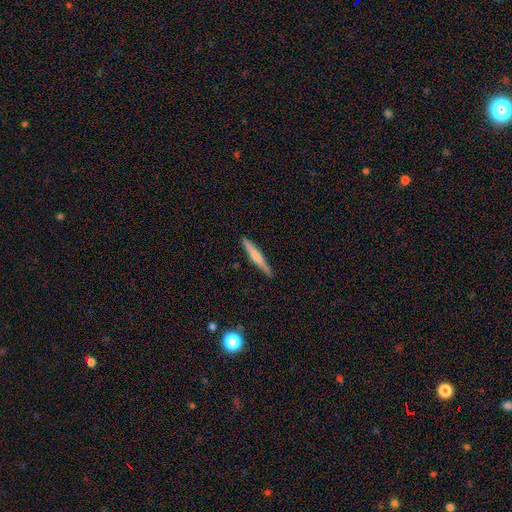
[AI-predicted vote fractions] smooth 56%, featured or disk 38%, star or artifact 5%. Down the decision tree: how rounded — cigar-shaped (95%); merging — none (90%).